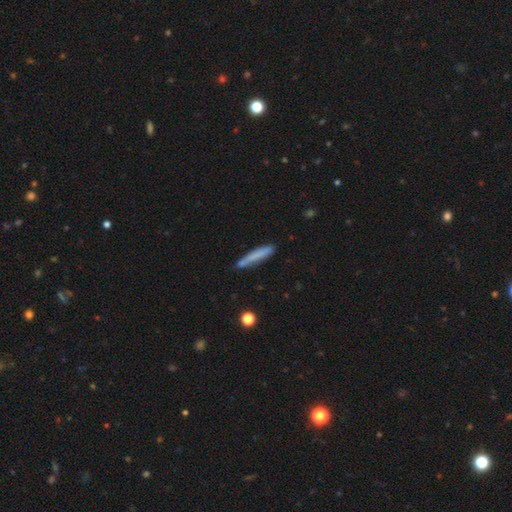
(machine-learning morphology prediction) Q: Smooth or featured?
A: smooth (74%); runner-up: featured or disk (19%)
Q: How rounded?
A: cigar-shaped (94%); runner-up: in between (5%)
Q: Merging?
A: none (76%); runner-up: minor disturbance (17%)